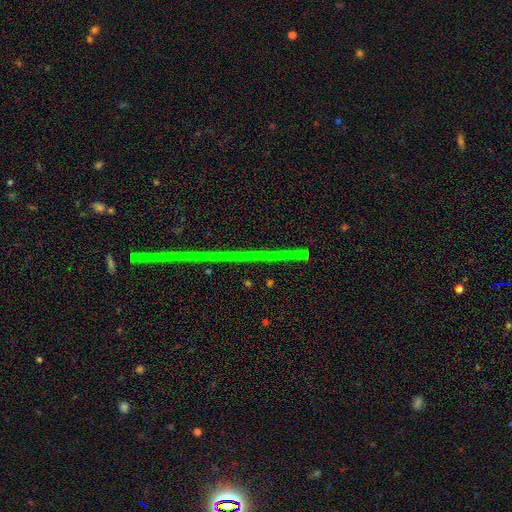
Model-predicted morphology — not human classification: smooth_or_featured: star or artifact (p=0.83) [alt: featured or disk p=0.11]